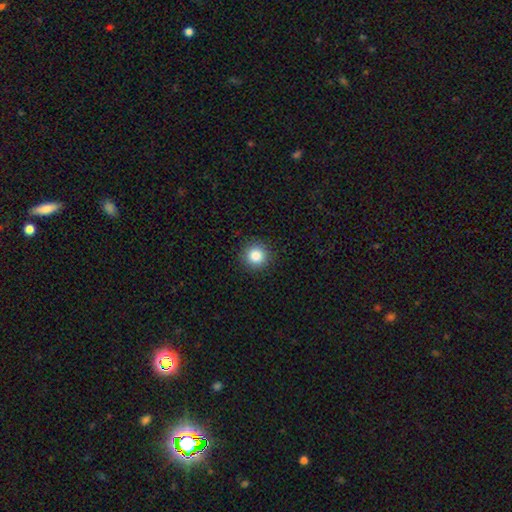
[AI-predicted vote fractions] This appears to be a smooth galaxy with no disk features (85%) that is round (95%). Merging: none (92%).